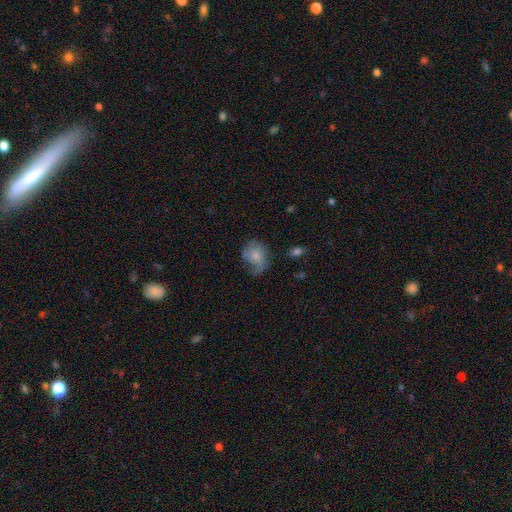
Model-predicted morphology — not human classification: type=smooth (65%); roundness=round (54%); merging=none (41%).